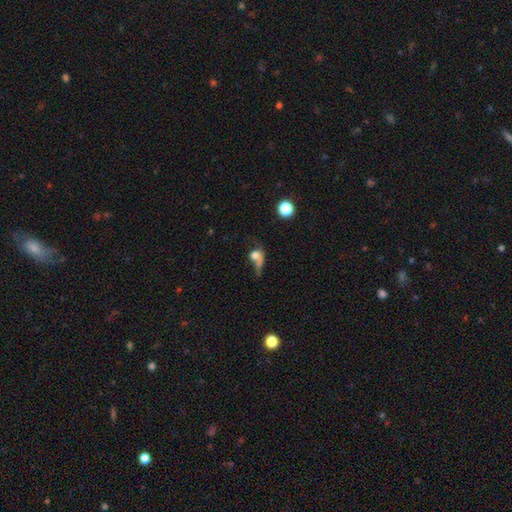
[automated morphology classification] Smooth or featured? smooth (60%)
How rounded? round (54%)
Merging? major disturbance (38%)